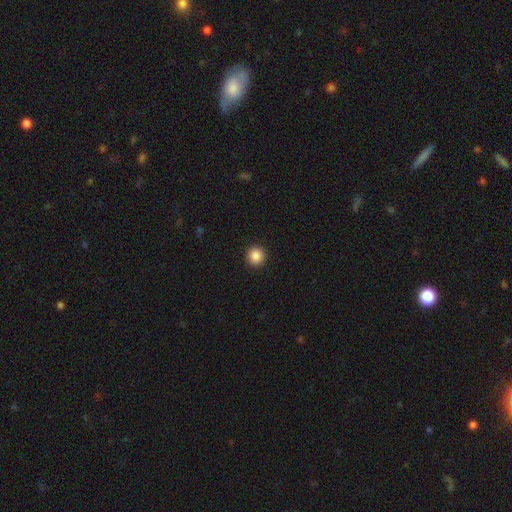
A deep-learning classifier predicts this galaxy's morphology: This appears to be a smooth galaxy with no disk features (87%) that is round (95%). Merging: none (94%).